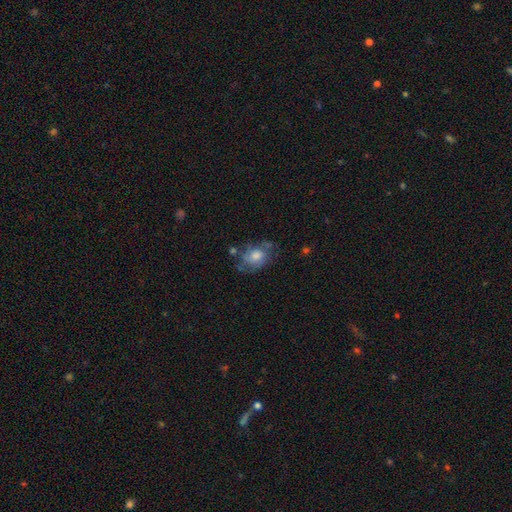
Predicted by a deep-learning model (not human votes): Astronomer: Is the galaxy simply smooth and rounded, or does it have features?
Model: featured or disk — 48% (runner-up: smooth, 41%).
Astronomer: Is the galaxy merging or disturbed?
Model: none — 53%.